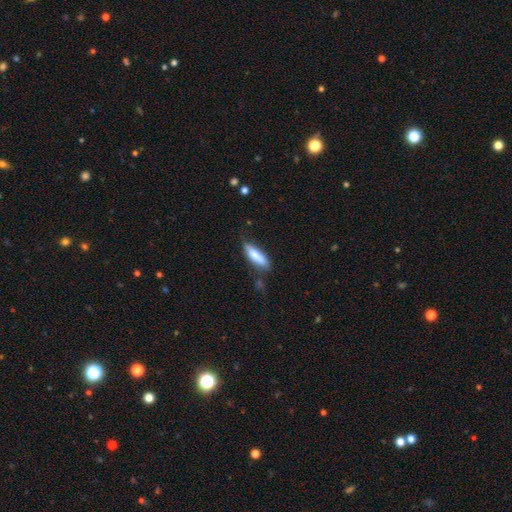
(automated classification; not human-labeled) This is likely a smooth galaxy (77%). How rounded: possibly cigar-shaped (52%). Merging: likely none (61%).